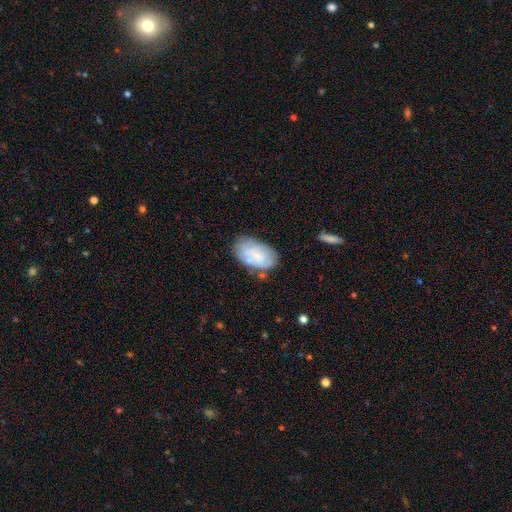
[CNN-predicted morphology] Q: Smooth or featured?
A: smooth (56%); runner-up: featured or disk (36%)
Q: How rounded?
A: in between (93%); runner-up: round (6%)
Q: Merging?
A: none (65%); runner-up: minor disturbance (23%)